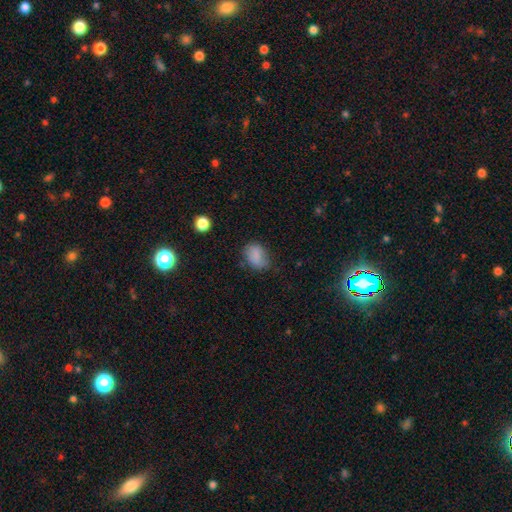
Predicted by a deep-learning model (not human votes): Q: Smooth or featured?
A: smooth (82%); runner-up: star or artifact (10%)
Q: How rounded?
A: in between (74%); runner-up: round (25%)
Q: Merging?
A: none (61%); runner-up: minor disturbance (29%)